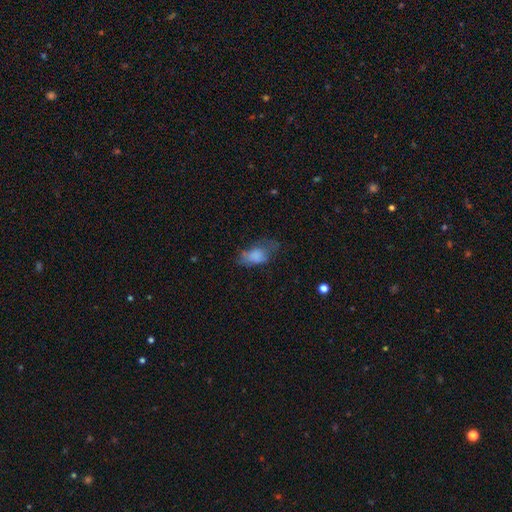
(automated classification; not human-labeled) Smooth or featured? smooth (73%)
How rounded? in between (88%)
Merging? none (36%)